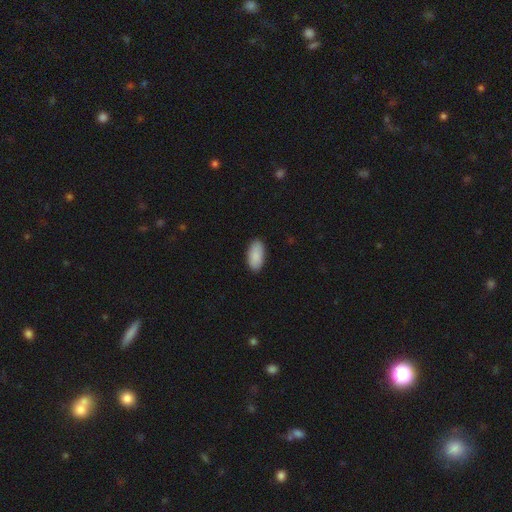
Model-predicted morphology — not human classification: type=smooth (90%); roundness=in between (94%); merging=none (88%).